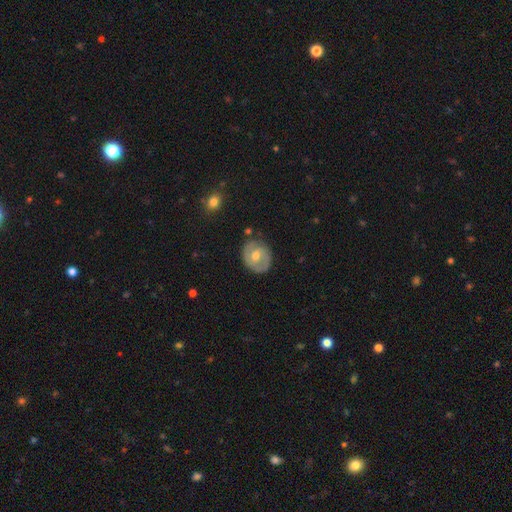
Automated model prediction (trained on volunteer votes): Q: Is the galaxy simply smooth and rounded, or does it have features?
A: featured or disk — 63%.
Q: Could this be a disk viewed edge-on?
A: no — 97%.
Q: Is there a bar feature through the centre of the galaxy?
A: no — 47%.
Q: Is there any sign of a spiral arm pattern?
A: yes — 74%.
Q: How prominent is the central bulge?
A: moderate — 72%.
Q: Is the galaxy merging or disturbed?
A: none — 77%.